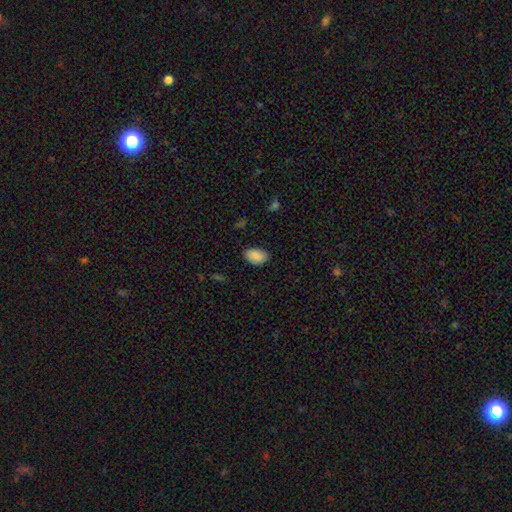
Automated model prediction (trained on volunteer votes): Q: Smooth or featured?
A: smooth (89%); runner-up: star or artifact (7%)
Q: How rounded?
A: in between (91%); runner-up: round (7%)
Q: Merging?
A: none (84%); runner-up: minor disturbance (12%)